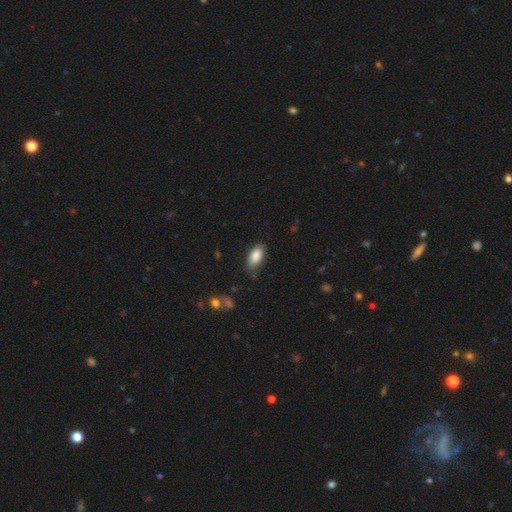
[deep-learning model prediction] smooth-or-featured: smooth: 86% | star or artifact: 7% | featured or disk: 7%
  how-rounded: in between: 90% | cigar-shaped: 7% | round: 3%
  merging: none: 74% | minor disturbance: 21% | major disturbance: 4% | merger: 2%